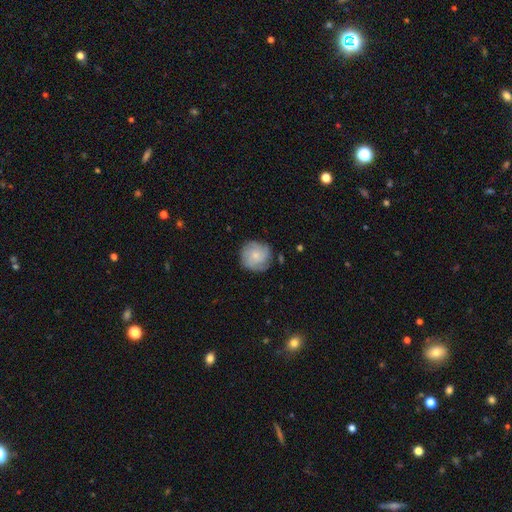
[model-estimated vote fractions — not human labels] This is possibly a featured or disk galaxy (49%). Merging: likely none (78%).